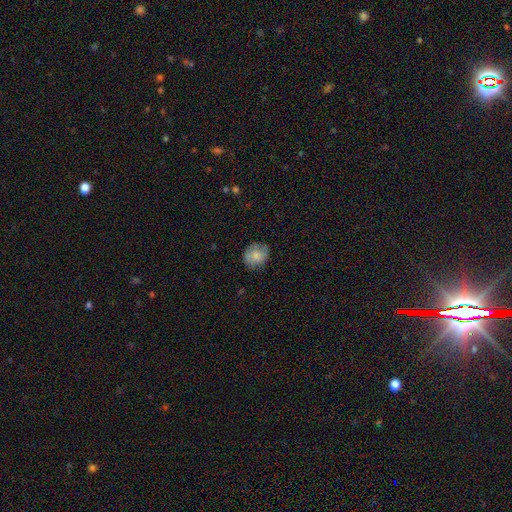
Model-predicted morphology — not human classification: A smooth galaxy with no disk features (72%) that is round (60%).

Vote fractions:
- Smooth or featured? smooth: 72% / featured or disk: 21% / star or artifact: 8%
- How rounded? round: 60% / in between: 39% / cigar-shaped: 1%
- Merging? none: 75% / minor disturbance: 19% / major disturbance: 5% / merger: 1%